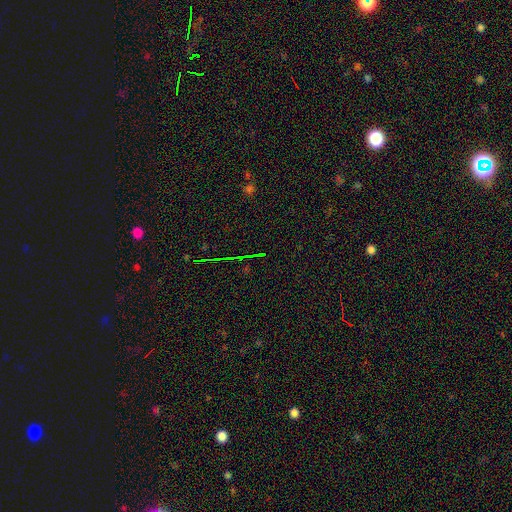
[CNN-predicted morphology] Q: Smooth or featured?
A: star or artifact (76%); runner-up: featured or disk (13%)